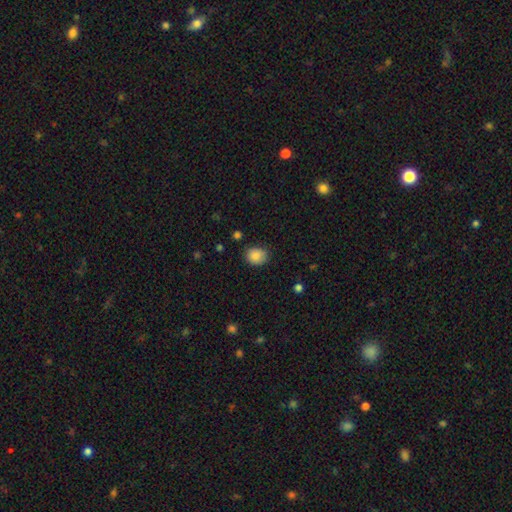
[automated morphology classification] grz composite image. It shows a smooth galaxy with no disk features (84%) that is round (65%). Merging: none (80%).